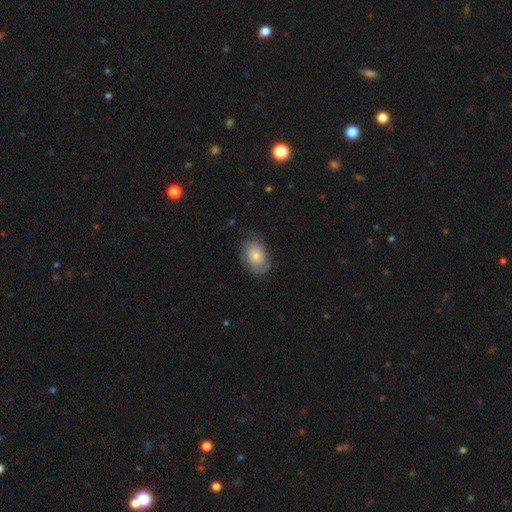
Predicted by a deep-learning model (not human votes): smooth_or_featured: smooth (p=0.62) [alt: featured or disk p=0.31]
how_rounded: in between (p=0.81) [alt: round p=0.18]
merging: none (p=0.67) [alt: minor disturbance p=0.24]